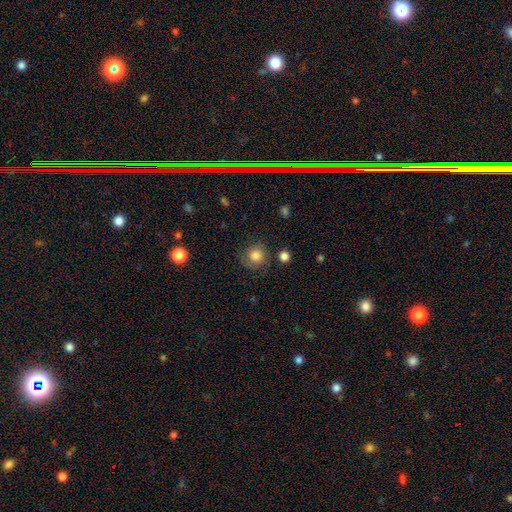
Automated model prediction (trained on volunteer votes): Smooth or featured?
  - smooth: 80% *
  - featured or disk: 10%
  - star or artifact: 10%
How rounded?
  - round: 90% *
  - in between: 9%
  - cigar-shaped: 1%
Merging?
  - none: 79% *
  - minor disturbance: 13%
  - major disturbance: 5%
  - merger: 2%